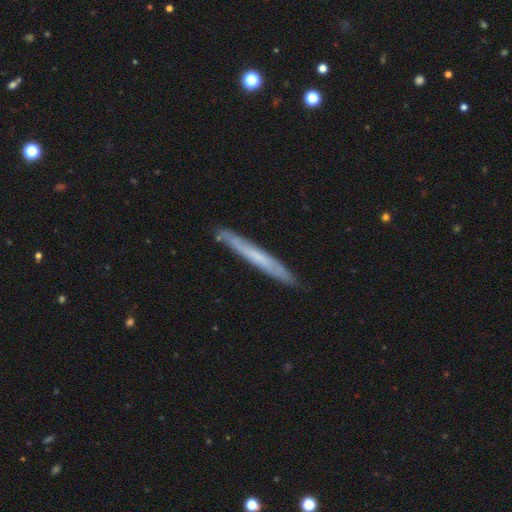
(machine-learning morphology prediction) This is possibly a featured or disk galaxy (48%). Merging: clearly none (87%).